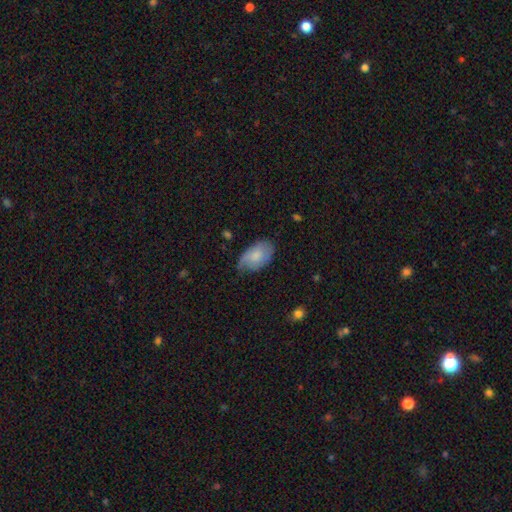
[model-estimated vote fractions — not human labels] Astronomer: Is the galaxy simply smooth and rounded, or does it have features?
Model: smooth — 71%.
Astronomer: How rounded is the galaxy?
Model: in between — 93%.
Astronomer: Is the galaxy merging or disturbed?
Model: none — 57% (runner-up: minor disturbance, 33%).